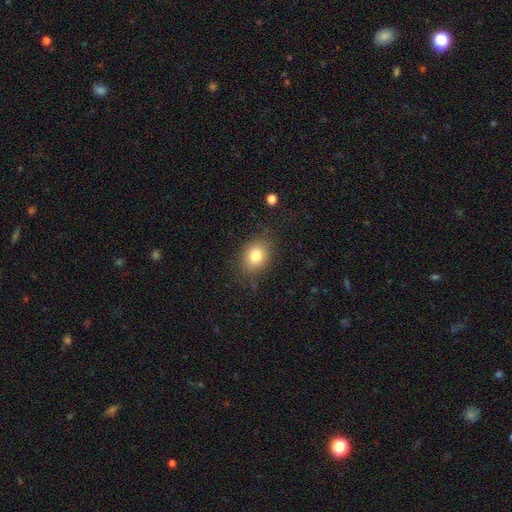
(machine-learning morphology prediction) A smooth galaxy with no disk features (80%) that is in between round and cigar-shaped (64%).

Vote fractions:
- Smooth or featured? smooth: 80% / featured or disk: 10% / star or artifact: 10%
- How rounded? in between: 64% / round: 35% / cigar-shaped: 1%
- Merging? none: 81% / minor disturbance: 14% / major disturbance: 4% / merger: 1%